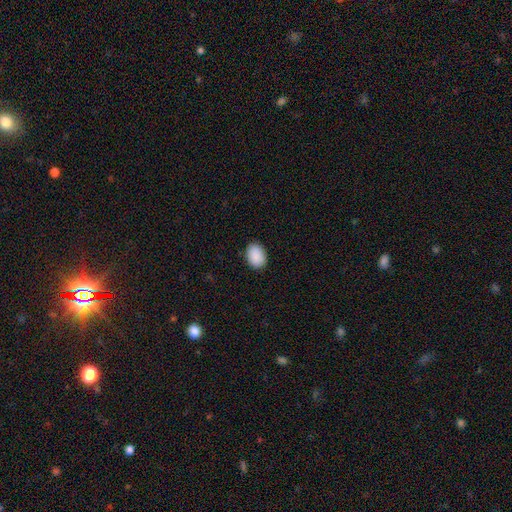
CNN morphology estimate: smooth_or_featured: smooth (p=0.91) [alt: star or artifact p=0.07]
how_rounded: in between (p=0.78) [alt: round p=0.21]
merging: none (p=0.89) [alt: minor disturbance p=0.08]